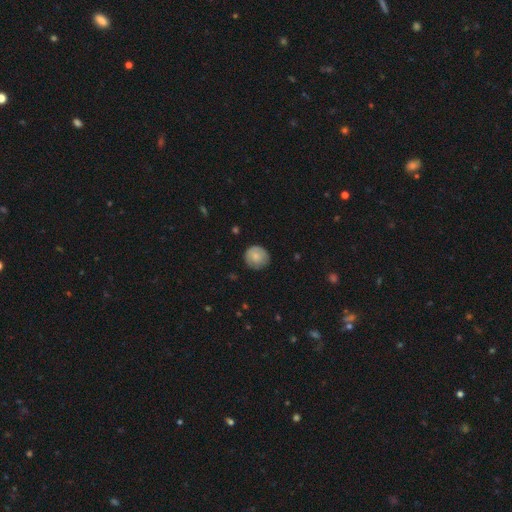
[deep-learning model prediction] A smooth galaxy with no disk features (76%) that is round (93%). Merging: none (80%).